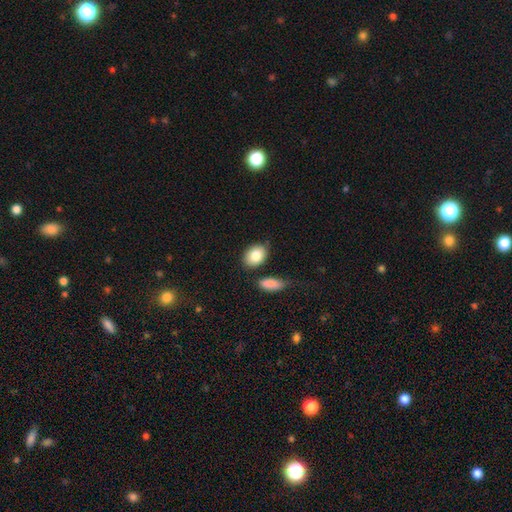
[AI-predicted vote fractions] Smooth or featured? Predicted: smooth (p=0.85). How rounded? Predicted: in between (p=0.78). Merging? Predicted: none (p=0.74).